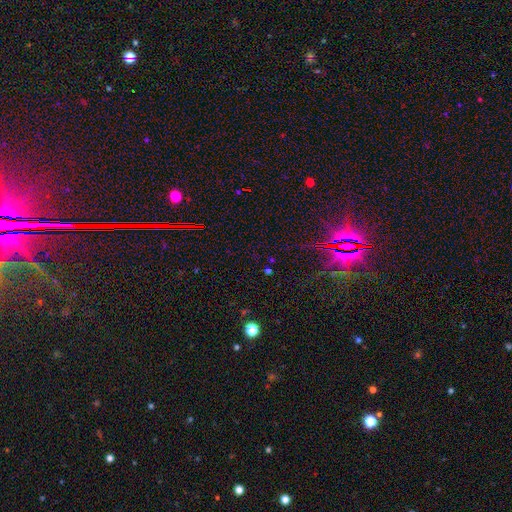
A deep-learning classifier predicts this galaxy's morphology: Smooth or featured? Predicted: star or artifact (p=0.70).